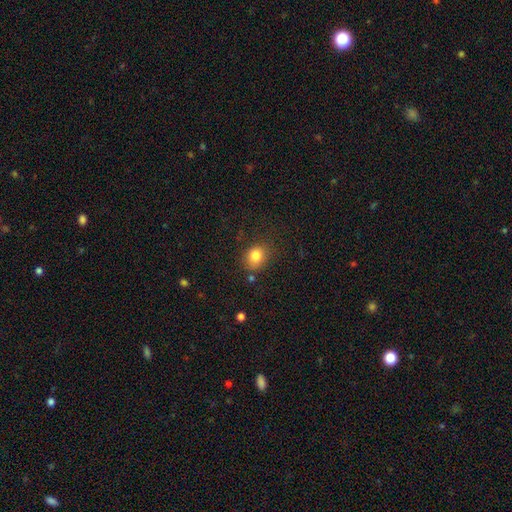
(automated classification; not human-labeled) Smooth or featured? Predicted: smooth (p=0.82). How rounded? Predicted: round (p=0.57). Merging? Predicted: none (p=0.76).